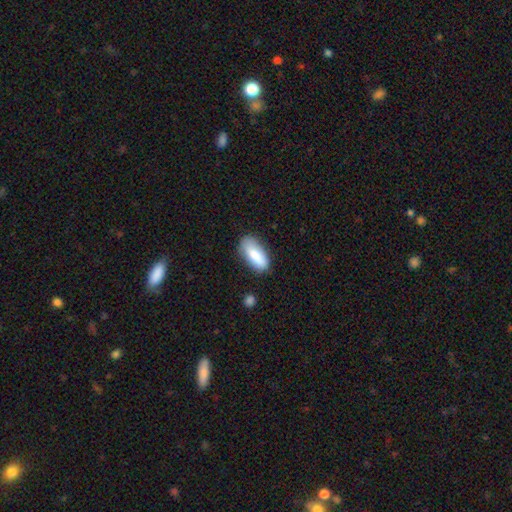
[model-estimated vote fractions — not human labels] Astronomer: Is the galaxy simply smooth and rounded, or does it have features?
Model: smooth — 84%.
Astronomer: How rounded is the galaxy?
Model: in between — 80%.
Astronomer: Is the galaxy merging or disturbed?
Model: none — 73%.